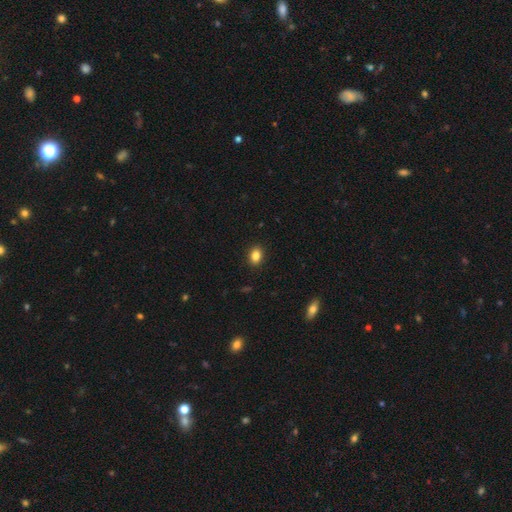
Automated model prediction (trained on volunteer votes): Smooth or featured? Predicted: smooth (p=0.86). How rounded? Predicted: in between (p=0.68). Merging? Predicted: none (p=0.90).